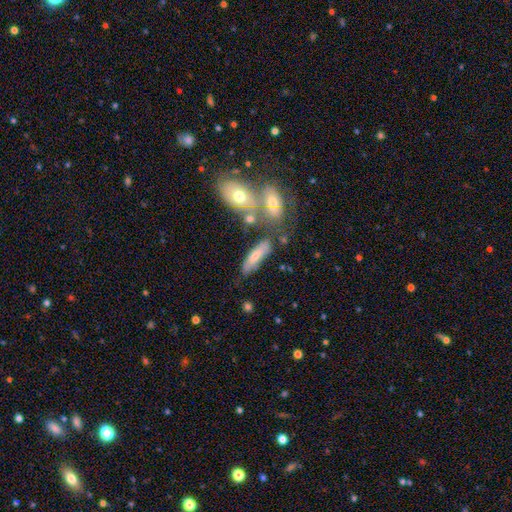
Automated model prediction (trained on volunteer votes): Q: Smooth or featured?
A: smooth (59%); runner-up: featured or disk (31%)
Q: How rounded?
A: cigar-shaped (48%); tied with: in between (48%)
Q: Merging?
A: none (56%); runner-up: minor disturbance (19%)